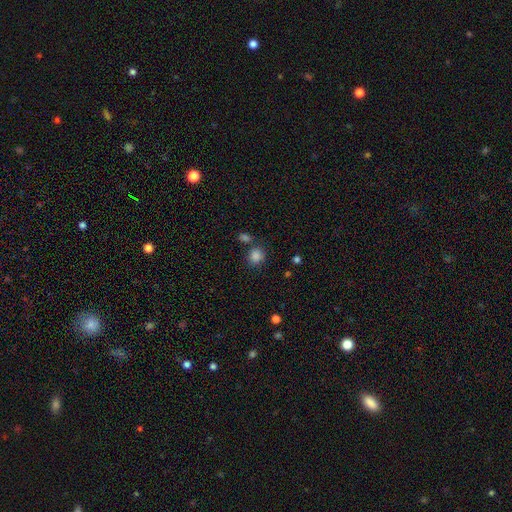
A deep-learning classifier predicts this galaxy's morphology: Smooth or featured? Predicted: smooth (p=0.85). How rounded? Predicted: round (p=0.81). Merging? Predicted: none (p=0.71).